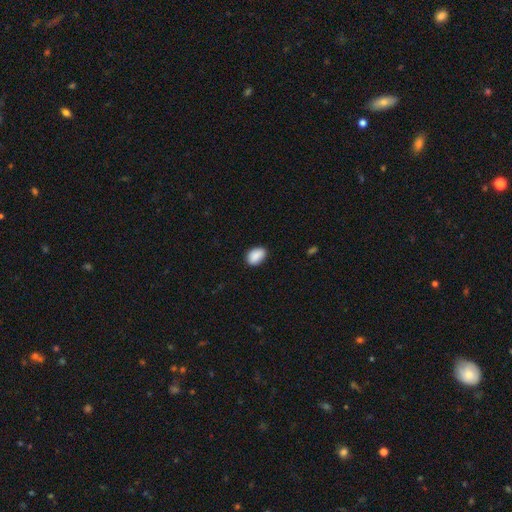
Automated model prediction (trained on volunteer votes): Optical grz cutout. It shows a smooth galaxy with no disk features (90%) that is in between round and cigar-shaped (87%). Merging: none (83%).